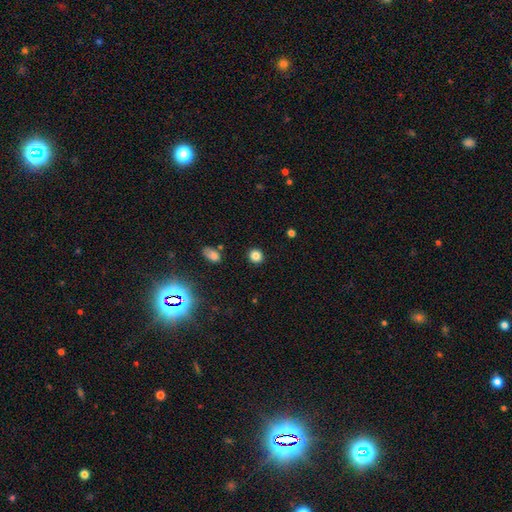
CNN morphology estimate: A smooth galaxy with no disk features (82%) that is round (88%). Merging: none (90%).